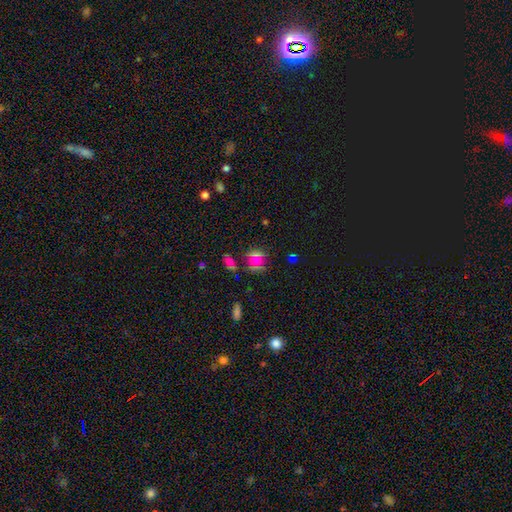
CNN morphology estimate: Smooth or featured?
  - star or artifact: 44% *
  - smooth: 42%
  - featured or disk: 13%